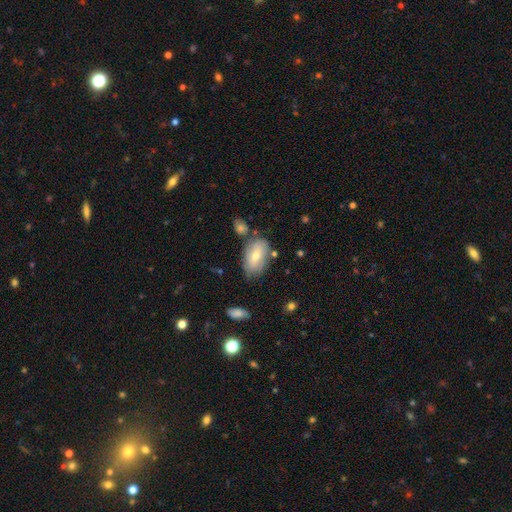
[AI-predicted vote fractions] smooth_or_featured: smooth (p=0.62) [alt: featured or disk p=0.31]
how_rounded: in between (p=0.91) [alt: round p=0.07]
merging: none (p=0.67) [alt: minor disturbance p=0.20]